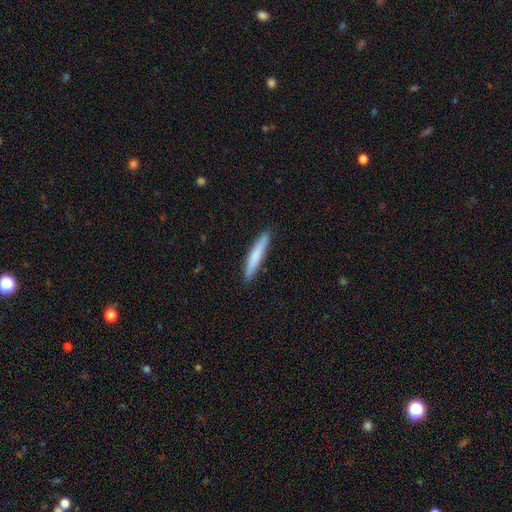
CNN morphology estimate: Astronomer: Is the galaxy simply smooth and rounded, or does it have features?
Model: smooth — 74%.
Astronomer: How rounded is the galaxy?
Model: cigar-shaped — 94%.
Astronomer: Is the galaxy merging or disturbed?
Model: none — 90%.